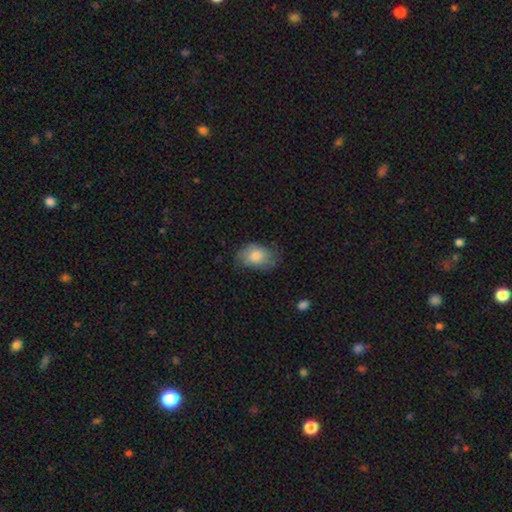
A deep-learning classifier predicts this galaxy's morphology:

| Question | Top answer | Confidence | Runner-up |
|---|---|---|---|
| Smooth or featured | smooth | 75% | featured or disk (18%) |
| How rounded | in between | 80% | round (19%) |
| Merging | none | 60% | minor disturbance (29%) |